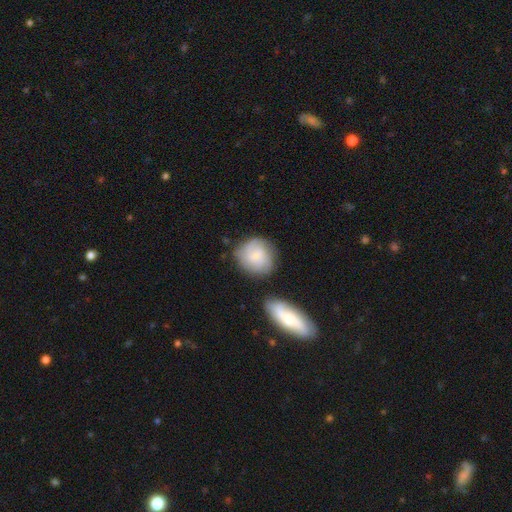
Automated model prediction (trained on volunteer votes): smooth 48%, featured or disk 45%, star or artifact 7%. Down the decision tree: merging — none (70%).